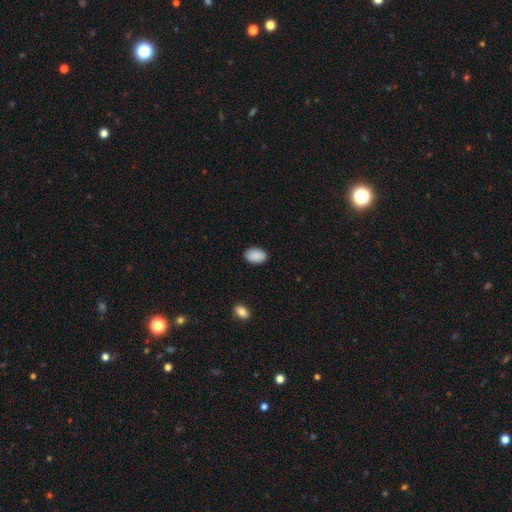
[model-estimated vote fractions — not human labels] Overall: smooth (90%). How rounded: in between (86%). Merging: none (88%).